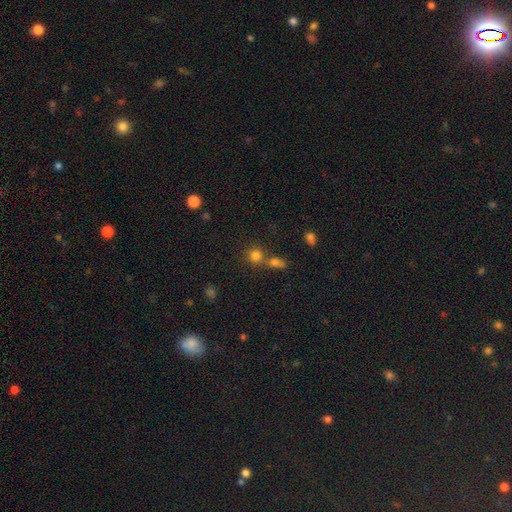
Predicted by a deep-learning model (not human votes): smooth 77%, star or artifact 15%, featured or disk 8%. Down the decision tree: how rounded — round (85%); merging — none (52%).